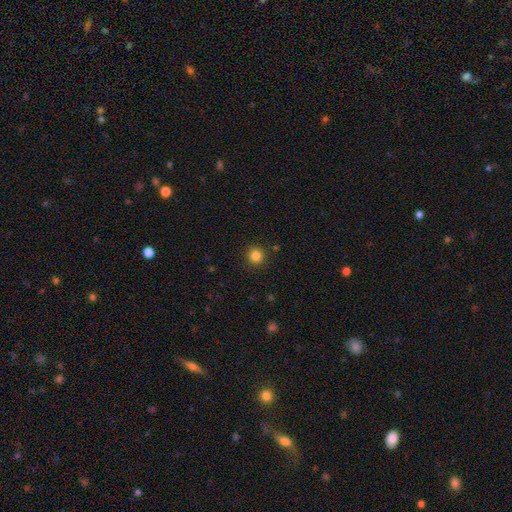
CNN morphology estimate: This appears to be a smooth galaxy with no disk features (83%) that is round (93%). Merging: none (91%).